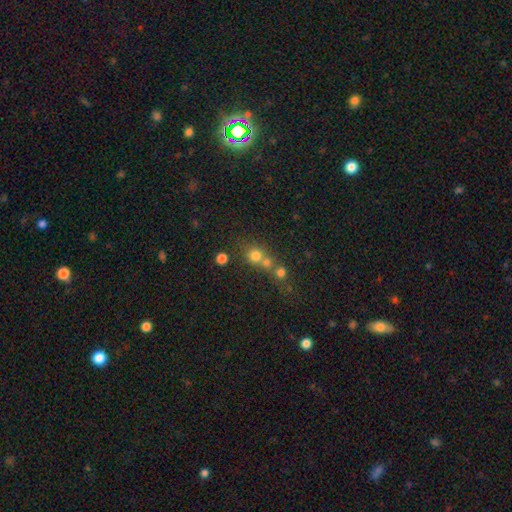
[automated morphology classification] Overall: smooth (71%). How rounded: round (86%). Merging: merger (46%; none 43%).